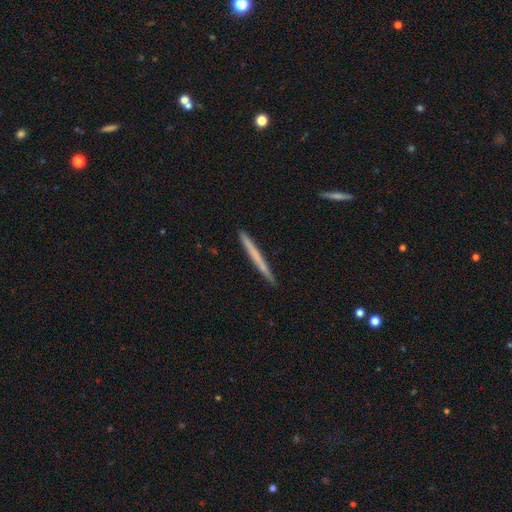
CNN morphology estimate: Smooth or featured?
  - smooth: 53% *
  - featured or disk: 41%
  - star or artifact: 6%
How rounded?
  - cigar-shaped: 97% *
  - in between: 1%
  - round: 1%
Merging?
  - none: 91% *
  - minor disturbance: 7%
  - major disturbance: 1%
  - merger: 1%